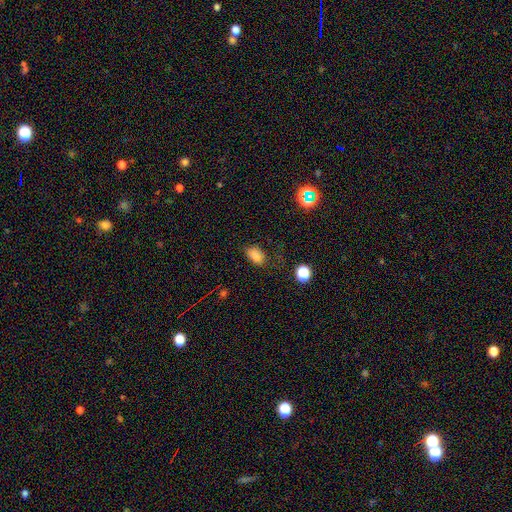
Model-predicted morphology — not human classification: The model was most divided on "merging": none: 58%, minor disturbance: 26%, major disturbance: 13%, merger: 3%. More confident: how rounded — in between (86%); smooth or featured — smooth (79%).